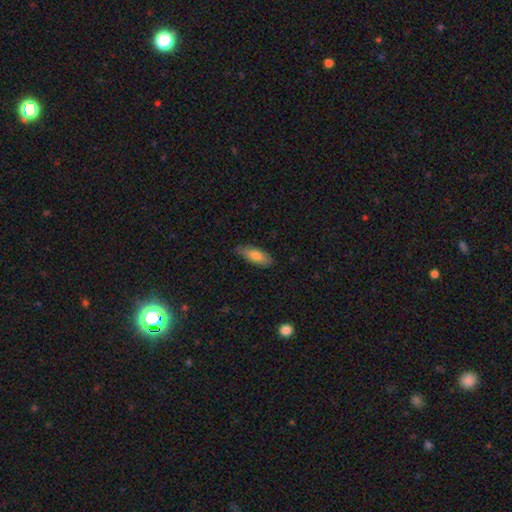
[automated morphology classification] This is likely a smooth galaxy (77%). How rounded: likely in between (70%). Merging: clearly none (80%).